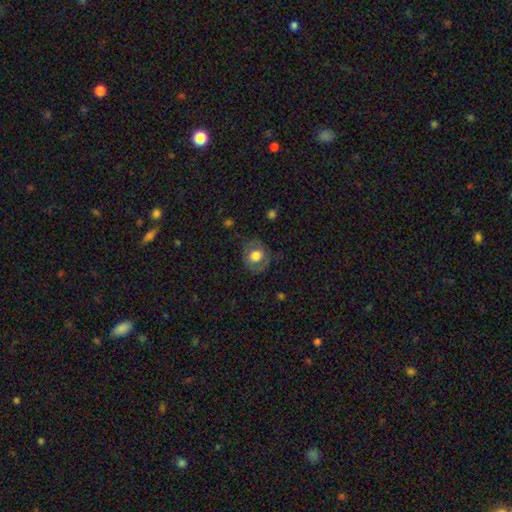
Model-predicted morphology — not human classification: Smooth or featured? smooth (60%)
How rounded? round (72%)
Merging? none (72%)